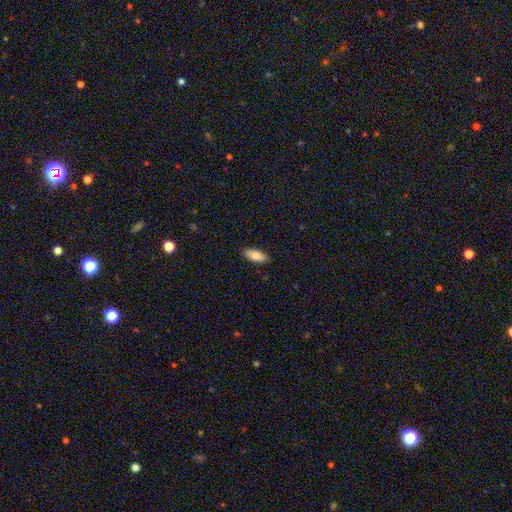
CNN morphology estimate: This appears to be a smooth galaxy with no disk features (87%) that is in between round and cigar-shaped (85%). Merging: none (89%).